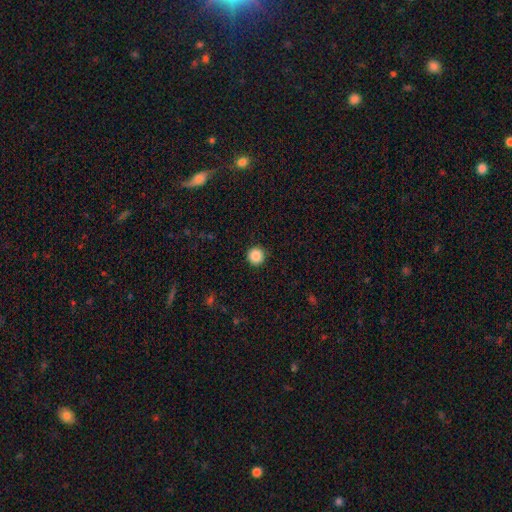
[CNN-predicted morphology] smooth 87%, star or artifact 10%, featured or disk 3%. Down the decision tree: how rounded — round (96%); merging — none (92%).